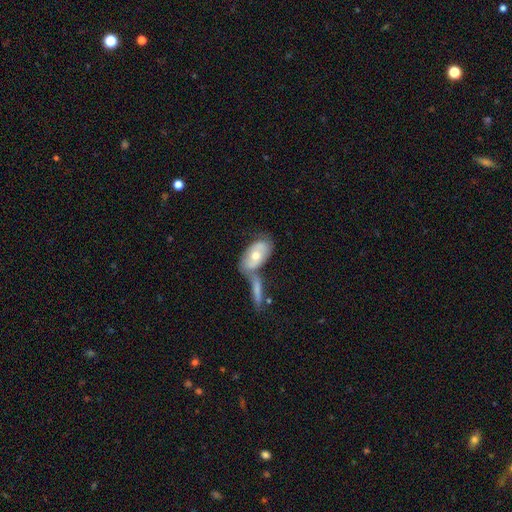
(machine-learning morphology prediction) Overall: smooth (51%; featured or disk 43%). How rounded: in between (88%). Merging: merger (42%; none 37%).